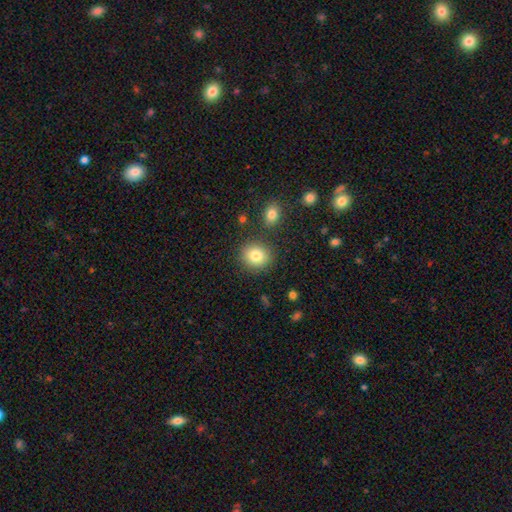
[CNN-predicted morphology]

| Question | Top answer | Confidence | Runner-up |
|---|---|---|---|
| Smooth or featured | smooth | 82% | star or artifact (10%) |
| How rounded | round | 79% | in between (21%) |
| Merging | none | 85% | minor disturbance (8%) |